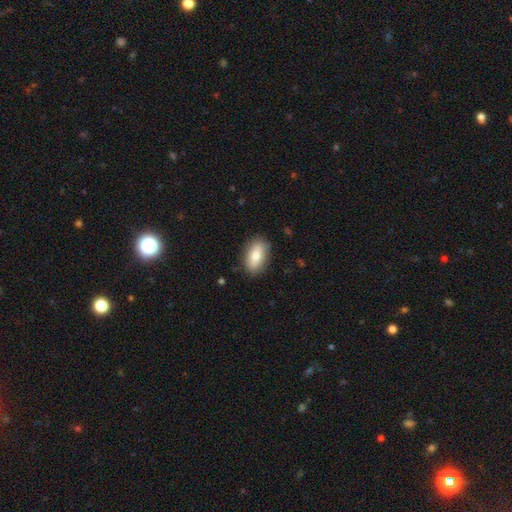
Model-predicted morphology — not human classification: smooth 77%, featured or disk 16%, star or artifact 7%. Down the decision tree: how rounded — in between (89%); merging — none (85%).